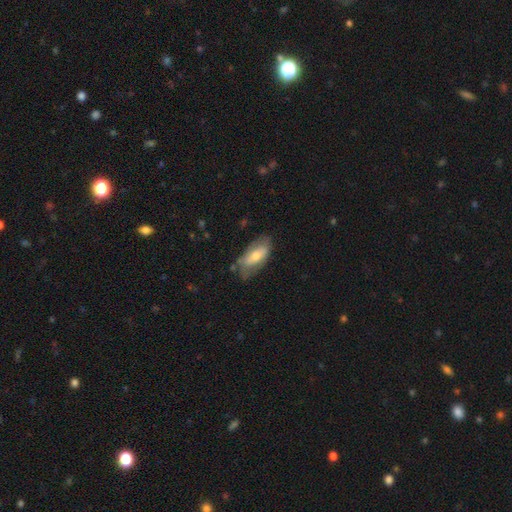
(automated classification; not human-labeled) A smooth galaxy with no disk features (55%) that is in between round and cigar-shaped (85%).

Vote fractions:
- Smooth or featured? smooth: 55% / featured or disk: 38% / star or artifact: 6%
- How rounded? in between: 85% / cigar-shaped: 13% / round: 3%
- Merging? none: 59% / minor disturbance: 29% / major disturbance: 9% / merger: 3%